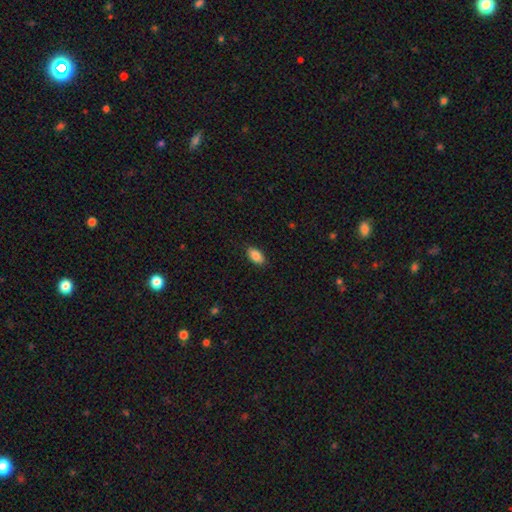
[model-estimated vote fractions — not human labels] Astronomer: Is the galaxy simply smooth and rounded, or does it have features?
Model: smooth — 87%.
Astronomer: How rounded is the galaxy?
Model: in between — 93%.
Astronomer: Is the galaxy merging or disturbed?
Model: none — 86%.